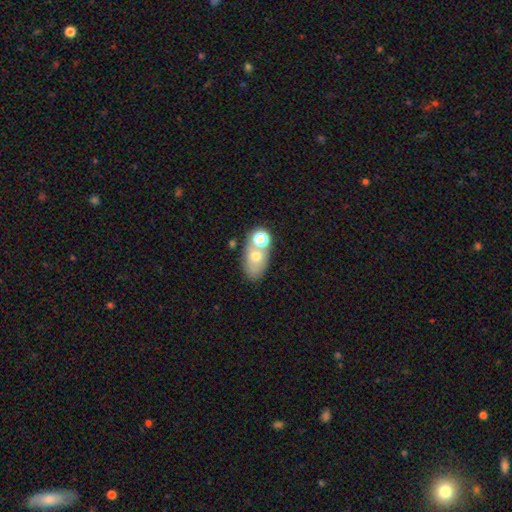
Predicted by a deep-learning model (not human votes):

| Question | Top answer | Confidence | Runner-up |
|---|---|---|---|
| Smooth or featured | smooth | 64% | featured or disk (23%) |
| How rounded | in between | 78% | round (20%) |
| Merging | none | 45% | merger (35%) |